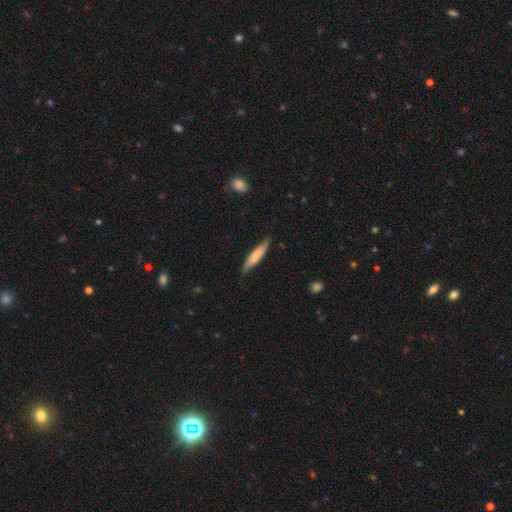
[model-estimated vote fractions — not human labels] Q: Smooth or featured?
A: smooth (72%); runner-up: featured or disk (23%)
Q: How rounded?
A: cigar-shaped (85%); runner-up: in between (14%)
Q: Merging?
A: none (80%); runner-up: minor disturbance (16%)